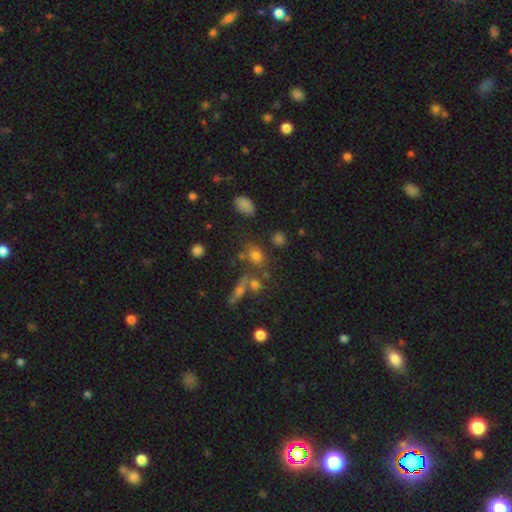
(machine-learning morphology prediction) Overall: smooth (68%). How rounded: round (55%; in between 42%). Merging: none (55%; merger 22%).